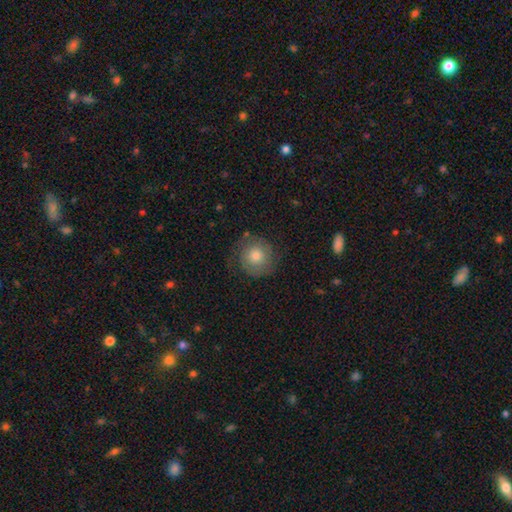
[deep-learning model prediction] Smooth or featured?
  - smooth: 56% *
  - featured or disk: 34%
  - star or artifact: 10%
How rounded?
  - round: 92% *
  - in between: 7%
  - cigar-shaped: 1%
Merging?
  - none: 75% *
  - minor disturbance: 16%
  - major disturbance: 8%
  - merger: 1%